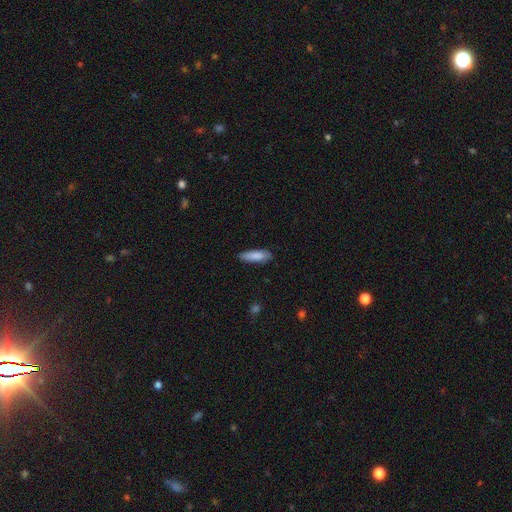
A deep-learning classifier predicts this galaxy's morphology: Smooth or featured?
  - smooth: 86% *
  - featured or disk: 8%
  - star or artifact: 6%
How rounded?
  - cigar-shaped: 54% *
  - in between: 45%
  - round: 1%
Merging?
  - none: 83% *
  - minor disturbance: 13%
  - major disturbance: 2%
  - merger: 1%